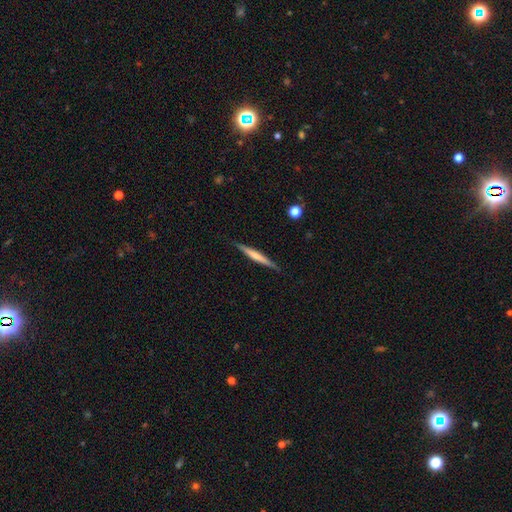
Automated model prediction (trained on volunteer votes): Smooth or featured? featured or disk (48%)
Merging? none (89%)